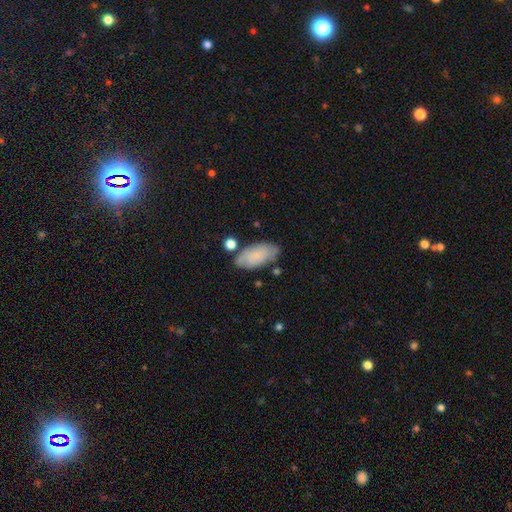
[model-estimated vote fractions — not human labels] smooth 80%, featured or disk 13%, star or artifact 7%. Down the decision tree: how rounded — in between (92%); merging — none (72%).